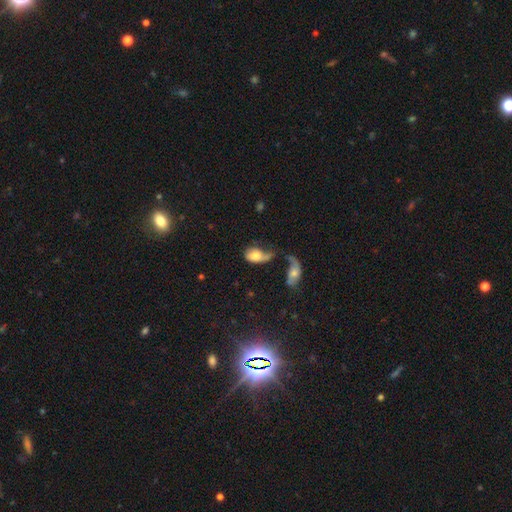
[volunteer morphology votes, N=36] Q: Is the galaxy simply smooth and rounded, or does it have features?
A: smooth — 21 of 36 (58%).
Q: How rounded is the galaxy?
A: in between — 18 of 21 (86%).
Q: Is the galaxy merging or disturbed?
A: merger — 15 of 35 (43%).